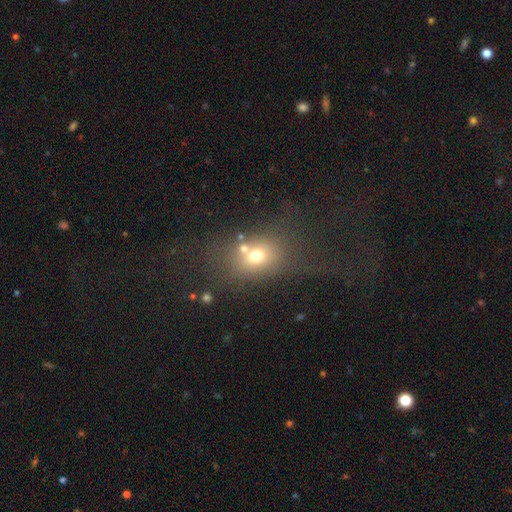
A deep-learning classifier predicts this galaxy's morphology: This is likely a smooth galaxy (64%). How rounded: possibly in between (53%). Merging: possibly none (54%).